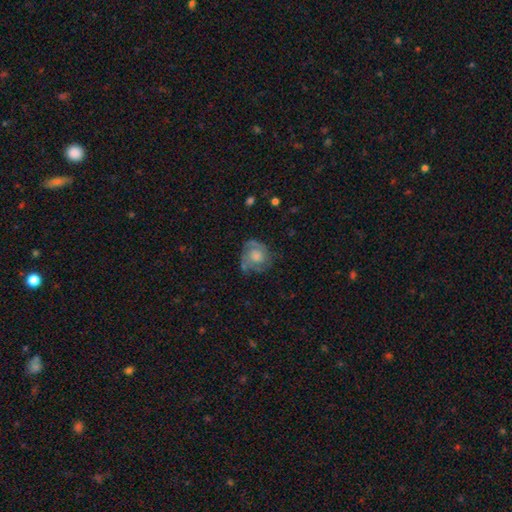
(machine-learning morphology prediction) featured or disk 61%, smooth 32%, star or artifact 8%. Down the decision tree: edge-on disk — no (98%); bar — no (76%); spiral arms — yes (81%); bulge size — moderate (34%); merging — none (60%).